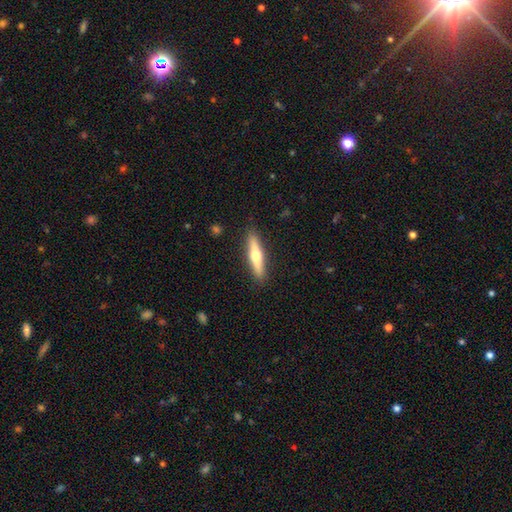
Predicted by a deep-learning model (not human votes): Smooth or featured? featured or disk (50%)
Edge-on disk? yes (95%)
Merging? none (90%)